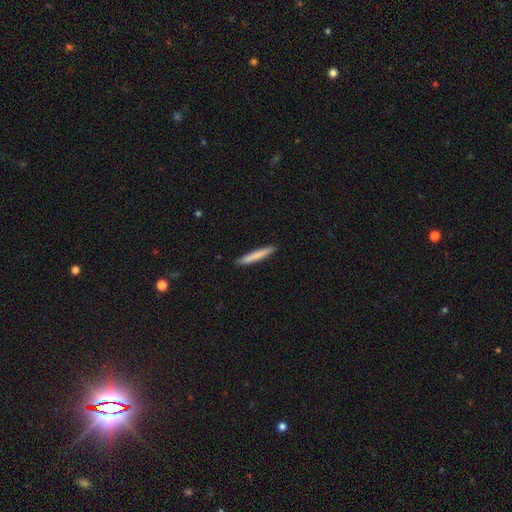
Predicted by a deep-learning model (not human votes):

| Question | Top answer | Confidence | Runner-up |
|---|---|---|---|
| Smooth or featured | smooth | 79% | featured or disk (16%) |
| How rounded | cigar-shaped | 95% | in between (4%) |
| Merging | none | 92% | minor disturbance (6%) |